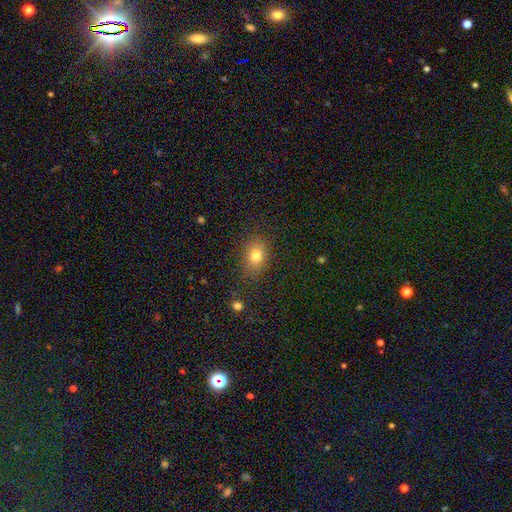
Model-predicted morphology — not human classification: Smooth or featured? smooth (79%)
How rounded? in between (63%)
Merging? none (81%)